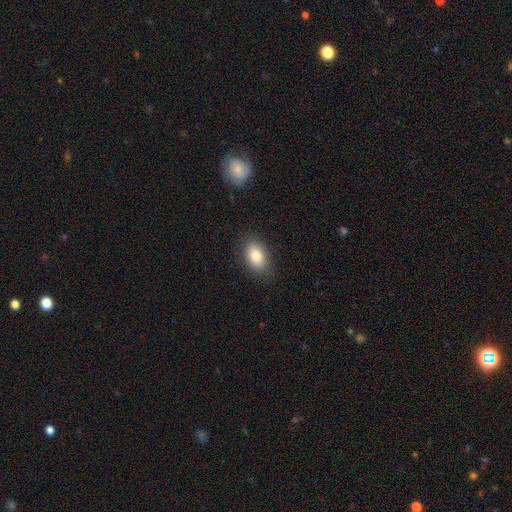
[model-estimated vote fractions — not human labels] smooth 84%, featured or disk 9%, star or artifact 8%. Down the decision tree: how rounded — in between (89%); merging — none (85%).